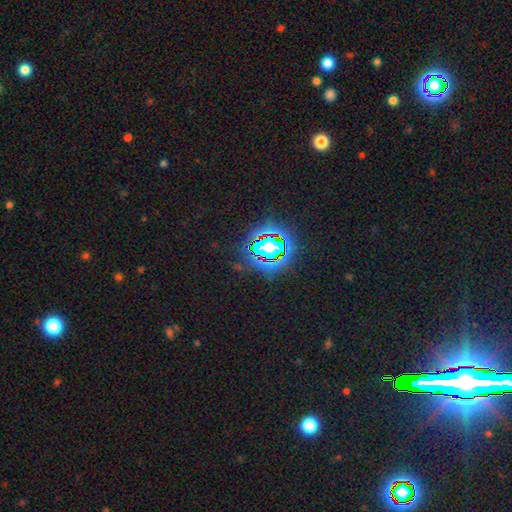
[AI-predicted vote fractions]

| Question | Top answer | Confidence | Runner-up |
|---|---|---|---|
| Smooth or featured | star or artifact | 82% | smooth (10%) |